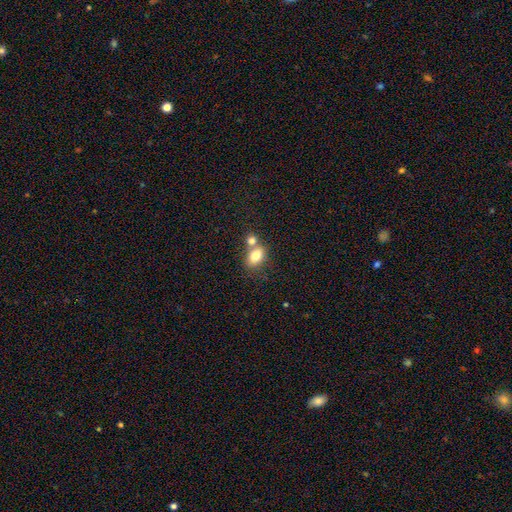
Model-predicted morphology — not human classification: Q: Smooth or featured?
A: smooth (78%); runner-up: featured or disk (13%)
Q: How rounded?
A: in between (79%); runner-up: round (19%)
Q: Merging?
A: merger (44%); runner-up: none (42%)